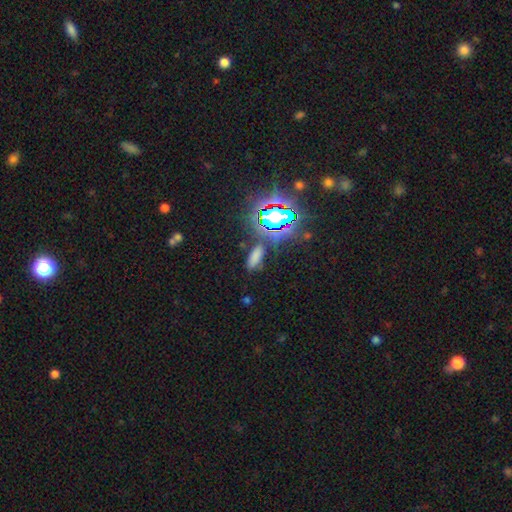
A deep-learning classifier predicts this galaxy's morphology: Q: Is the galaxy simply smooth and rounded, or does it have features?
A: smooth — 65%.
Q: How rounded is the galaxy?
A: in between — 74%.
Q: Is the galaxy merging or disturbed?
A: none — 79%.